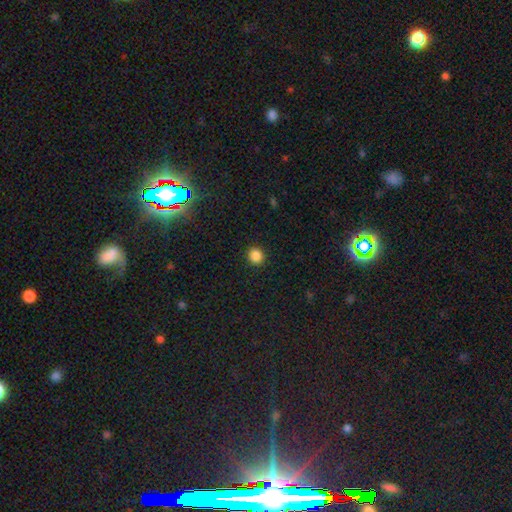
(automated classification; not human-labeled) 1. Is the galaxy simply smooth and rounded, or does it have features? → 86% smooth, 11% star or artifact, 3% featured or disk.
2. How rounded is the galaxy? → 87% round, 12% in between, 1% cigar-shaped.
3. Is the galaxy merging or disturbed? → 92% none, 5% minor disturbance, 2% major disturbance, 1% merger.